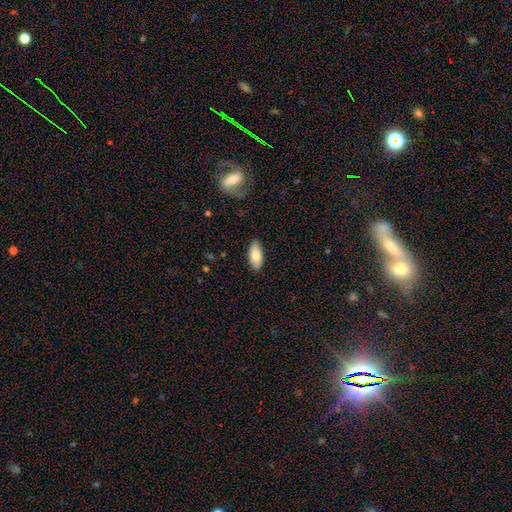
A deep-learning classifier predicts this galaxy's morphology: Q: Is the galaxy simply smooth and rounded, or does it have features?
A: smooth — 80%.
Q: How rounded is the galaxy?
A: in between — 89%.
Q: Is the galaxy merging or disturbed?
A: none — 87%.